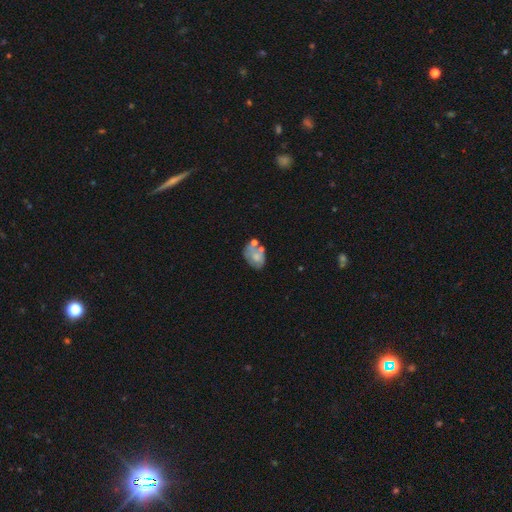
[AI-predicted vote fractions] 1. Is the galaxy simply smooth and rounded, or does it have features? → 53% smooth, 37% featured or disk, 9% star or artifact.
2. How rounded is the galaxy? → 79% in between, 20% round, 1% cigar-shaped.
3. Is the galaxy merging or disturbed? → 44% none, 24% minor disturbance, 20% merger, 12% major disturbance.